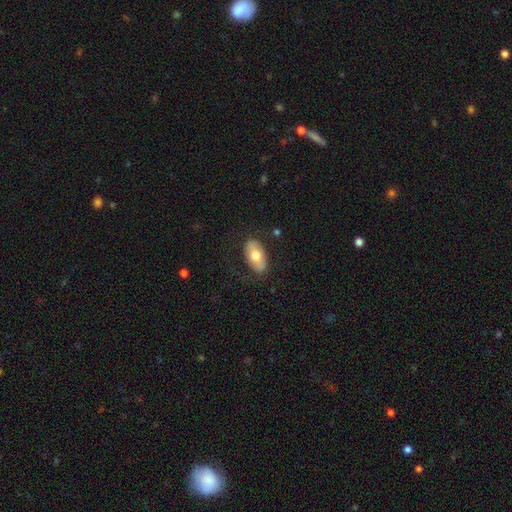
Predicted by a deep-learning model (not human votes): smooth-or-featured: smooth: 63% | featured or disk: 31% | star or artifact: 6%
  how-rounded: in between: 93% | round: 5% | cigar-shaped: 2%
  merging: none: 77% | minor disturbance: 15% | major disturbance: 6% | merger: 1%